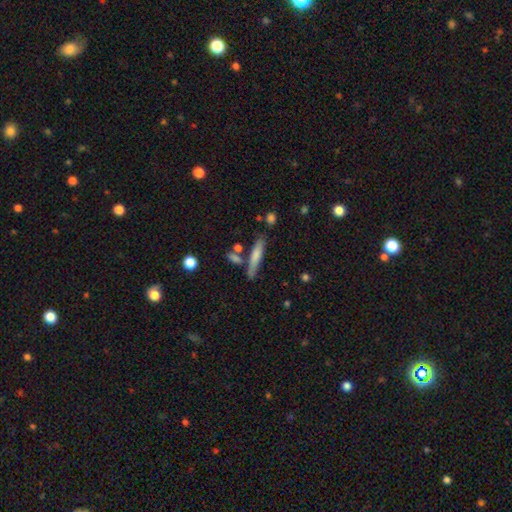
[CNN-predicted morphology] smooth 70%, featured or disk 24%, star or artifact 6%. Down the decision tree: how rounded — cigar-shaped (84%); merging — none (70%).